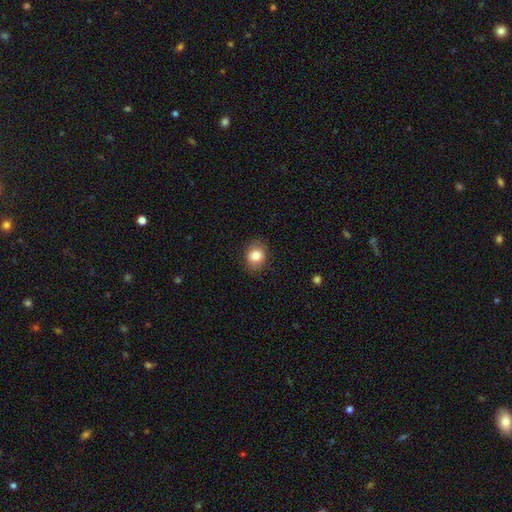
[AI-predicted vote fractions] smooth-or-featured: smooth: 83% | star or artifact: 9% | featured or disk: 8%
  how-rounded: round: 57% | in between: 42% | cigar-shaped: 1%
  merging: none: 85% | minor disturbance: 11% | major disturbance: 3% | merger: 1%